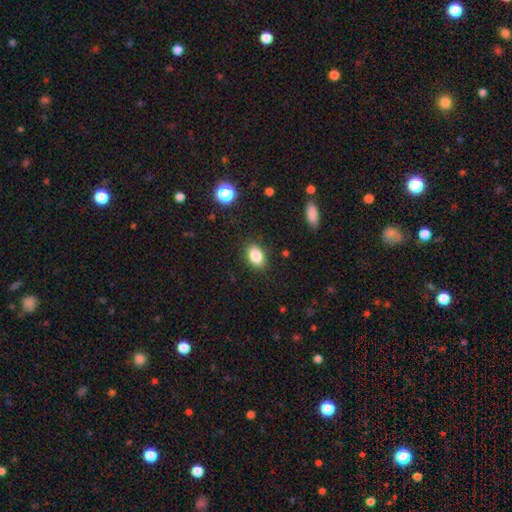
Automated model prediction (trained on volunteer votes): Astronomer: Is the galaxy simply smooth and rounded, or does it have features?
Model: smooth — 85%.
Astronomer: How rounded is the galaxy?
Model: in between — 83%.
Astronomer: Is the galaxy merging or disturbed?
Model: none — 87%.